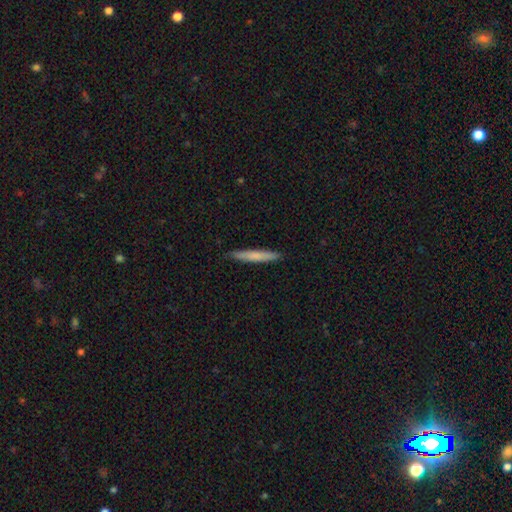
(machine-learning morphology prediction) Smooth or featured: smooth — 73% (featured or disk — 22%)
How rounded: cigar-shaped — 95% (in between — 3%)
Merging: none — 90% (minor disturbance — 8%)